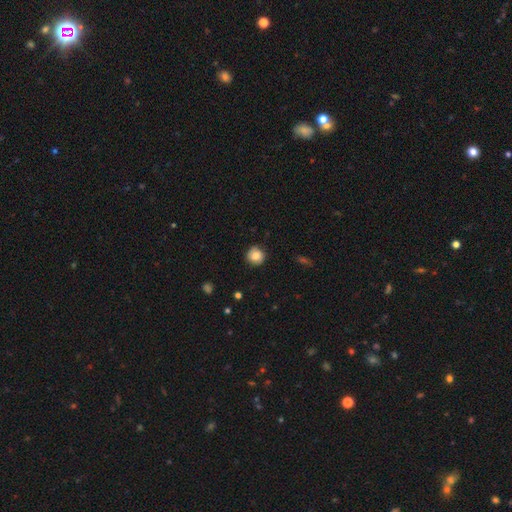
smooth-or-featured: smooth: 84% | featured or disk: 13% | star or artifact: 3%
  how-rounded: round: 94% | in between: 6% | cigar-shaped: 0%
  merging: none: 92% | minor disturbance: 5% | major disturbance: 3% | merger: 0%